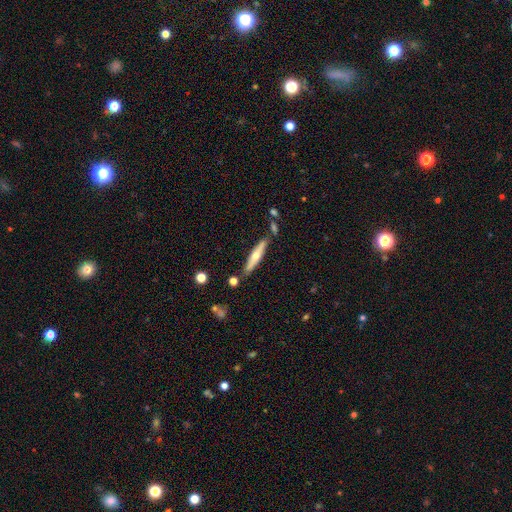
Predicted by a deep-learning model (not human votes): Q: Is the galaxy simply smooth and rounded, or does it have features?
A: featured or disk — 50%.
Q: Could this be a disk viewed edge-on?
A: yes — 90%.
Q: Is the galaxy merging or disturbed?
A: none — 78%.